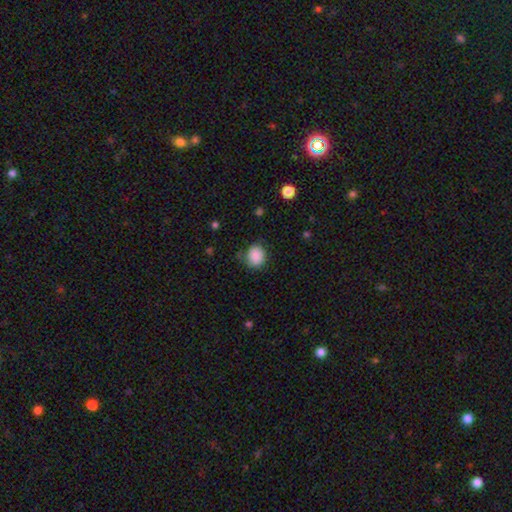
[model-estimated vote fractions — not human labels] Overall: smooth (88%). How rounded: round (70%; in between 30%). Merging: none (75%).